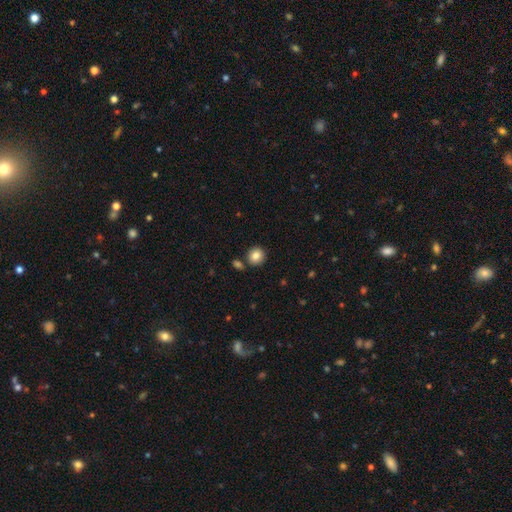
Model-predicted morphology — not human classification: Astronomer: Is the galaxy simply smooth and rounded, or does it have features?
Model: smooth — 85%.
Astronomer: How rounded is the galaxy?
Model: round — 90%.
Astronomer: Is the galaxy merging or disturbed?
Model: none — 82%.